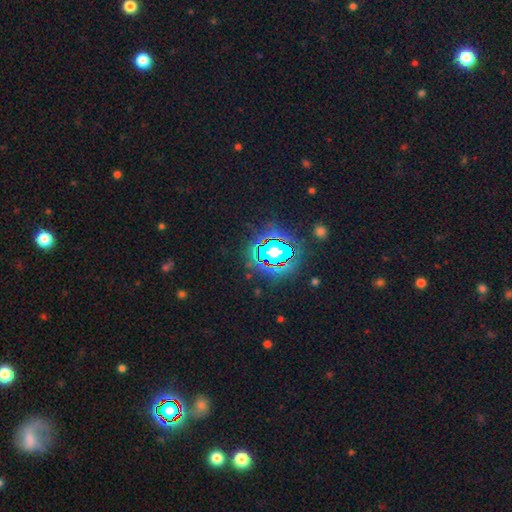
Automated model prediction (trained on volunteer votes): Smooth or featured: star or artifact — 81% (smooth — 12%)